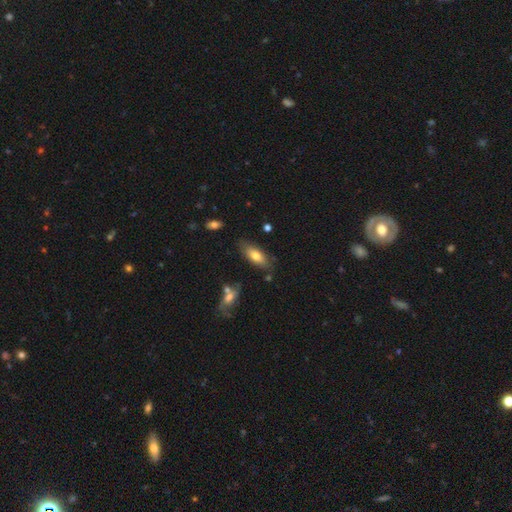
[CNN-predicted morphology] Smooth or featured?
  - smooth: 73% *
  - featured or disk: 20%
  - star or artifact: 7%
How rounded?
  - in between: 79% *
  - cigar-shaped: 18%
  - round: 2%
Merging?
  - none: 75% *
  - minor disturbance: 18%
  - merger: 4%
  - major disturbance: 4%